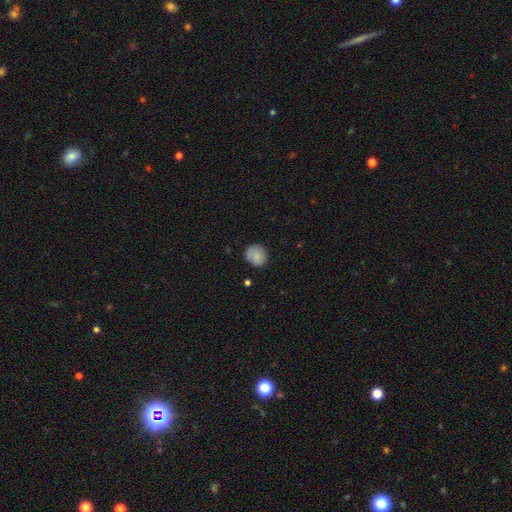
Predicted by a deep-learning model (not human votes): Q: Smooth or featured?
A: smooth (84%); runner-up: star or artifact (8%)
Q: How rounded?
A: round (82%); runner-up: in between (17%)
Q: Merging?
A: none (78%); runner-up: minor disturbance (17%)